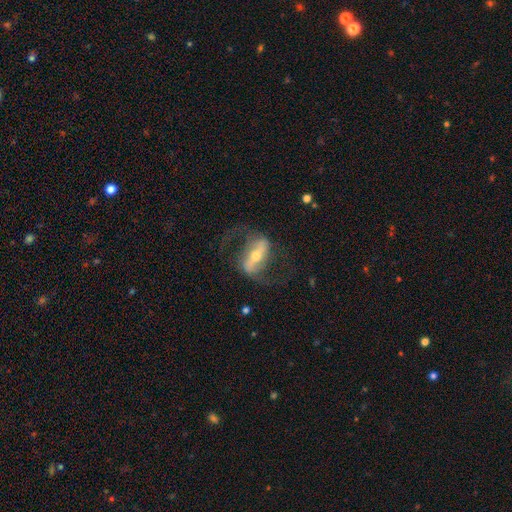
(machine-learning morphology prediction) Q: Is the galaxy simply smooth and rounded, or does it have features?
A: featured or disk — 86%.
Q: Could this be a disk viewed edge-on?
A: no — 91%.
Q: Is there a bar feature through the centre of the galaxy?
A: strong — 66%.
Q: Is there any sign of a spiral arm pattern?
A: yes — 92%.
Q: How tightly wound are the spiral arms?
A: loose — 54%.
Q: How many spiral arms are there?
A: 2 — 92%.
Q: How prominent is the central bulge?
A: moderate — 52%.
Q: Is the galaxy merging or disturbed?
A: none — 70%.